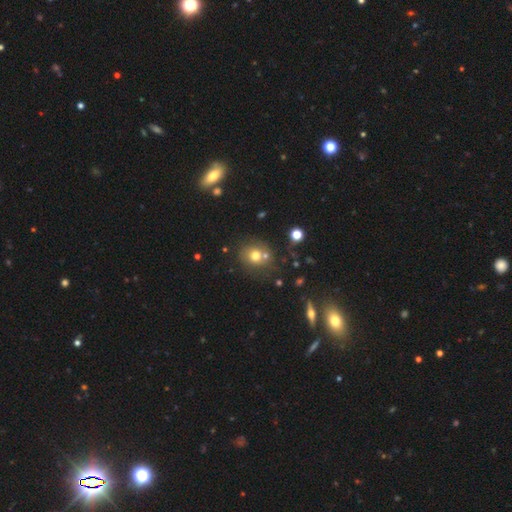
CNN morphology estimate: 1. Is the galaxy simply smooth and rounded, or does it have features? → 70% smooth, 15% featured or disk, 15% star or artifact.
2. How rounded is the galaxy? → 81% round, 18% in between, 1% cigar-shaped.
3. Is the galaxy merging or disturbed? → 59% none, 25% merger, 12% minor disturbance, 5% major disturbance.